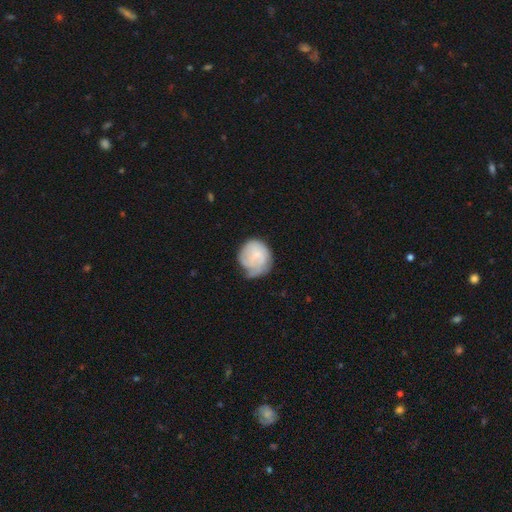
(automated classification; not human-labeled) This is possibly a smooth galaxy (56%). How rounded: clearly round (84%). Merging: marginally none (45%).